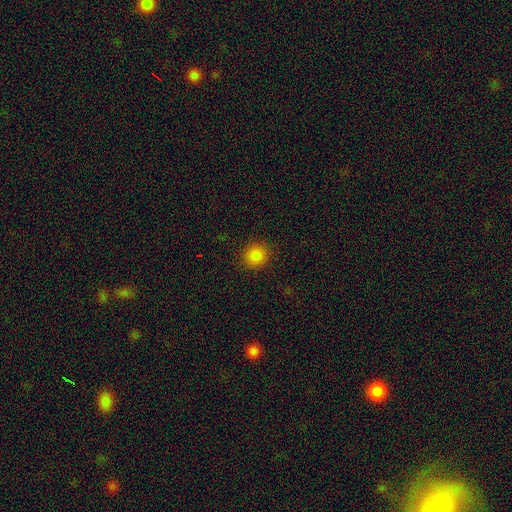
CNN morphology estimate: Smooth or featured?
  - smooth: 85% *
  - star or artifact: 12%
  - featured or disk: 3%
How rounded?
  - round: 86% *
  - in between: 13%
  - cigar-shaped: 1%
Merging?
  - none: 90% *
  - minor disturbance: 7%
  - major disturbance: 2%
  - merger: 1%